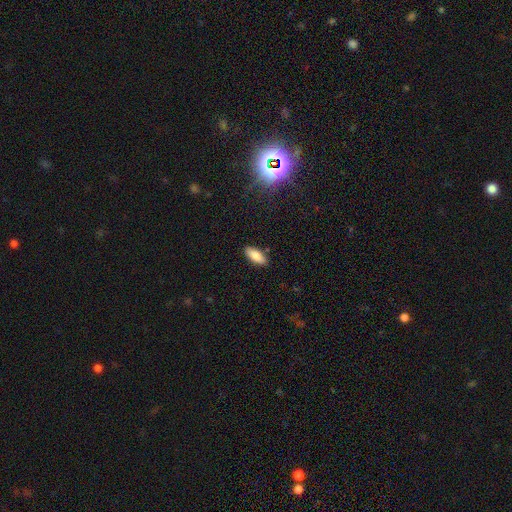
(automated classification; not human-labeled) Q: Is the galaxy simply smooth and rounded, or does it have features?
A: smooth — 85%.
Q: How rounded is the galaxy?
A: in between — 83%.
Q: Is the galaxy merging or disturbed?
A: none — 88%.